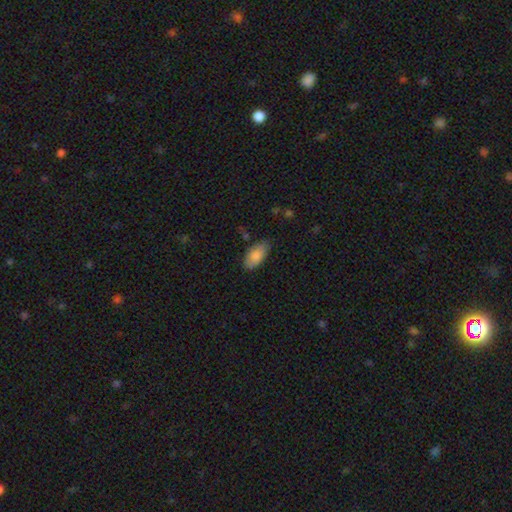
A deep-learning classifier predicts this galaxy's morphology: Smooth or featured: smooth — 82% (featured or disk — 11%)
How rounded: in between — 93% (cigar-shaped — 5%)
Merging: none — 75% (minor disturbance — 20%)